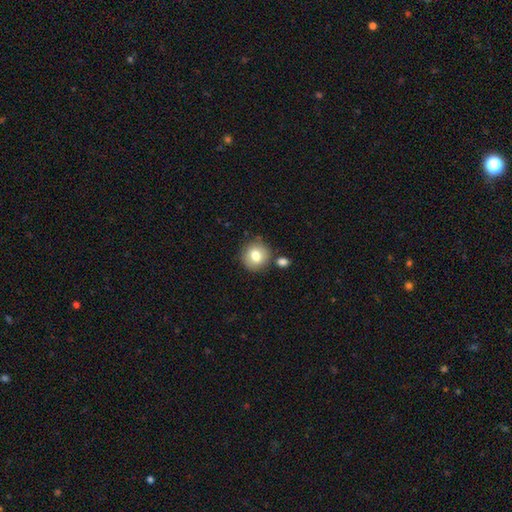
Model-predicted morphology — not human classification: Smooth or featured? Predicted: smooth (p=0.78). How rounded? Predicted: round (p=0.85). Merging? Predicted: none (p=0.79).